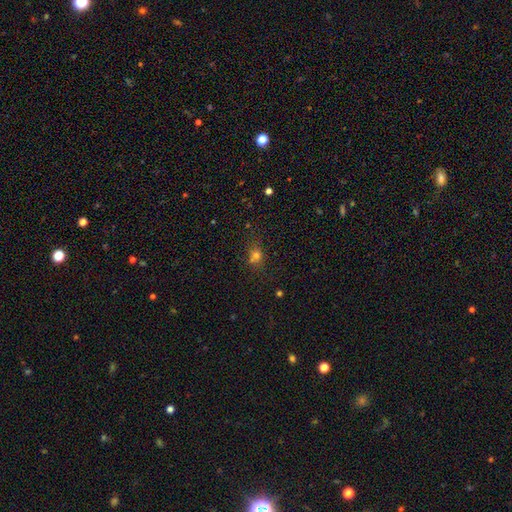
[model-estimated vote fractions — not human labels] Morphology: type=smooth (66%); roundness=round (67%); merging=none (62%).